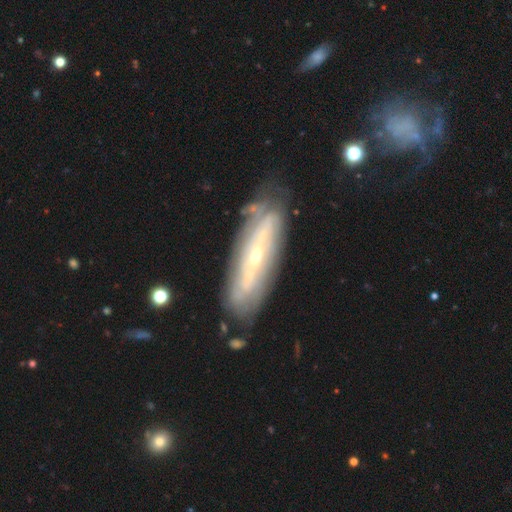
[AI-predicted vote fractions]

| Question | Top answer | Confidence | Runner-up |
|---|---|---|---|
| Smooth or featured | featured or disk | 76% | smooth (18%) |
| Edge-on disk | no | 71% | yes (29%) |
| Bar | no | 47% | strong (27%) |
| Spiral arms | yes | 69% | no (31%) |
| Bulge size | small | 67% | moderate (30%) |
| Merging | none | 74% | minor disturbance (18%) |